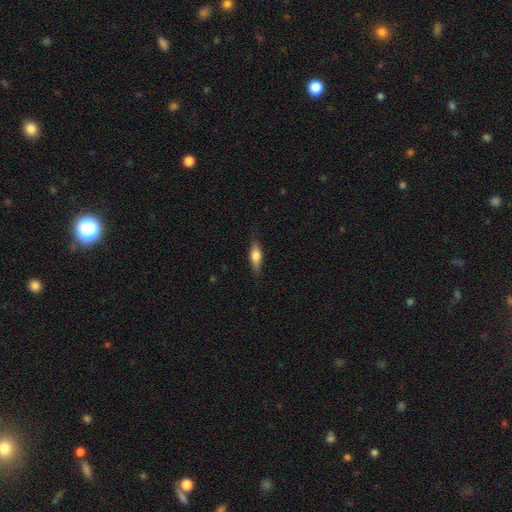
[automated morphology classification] type=smooth (62%); roundness=in between (53%); merging=none (81%).